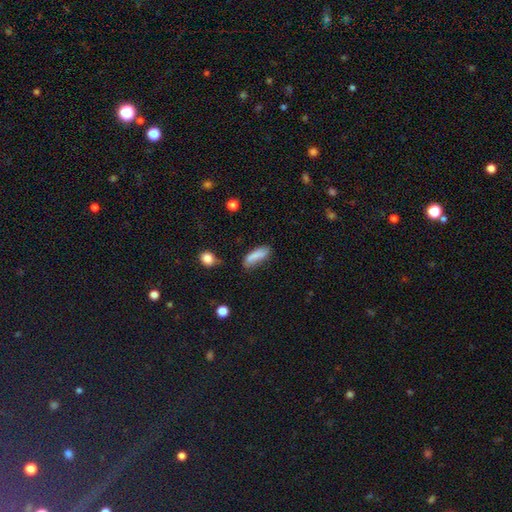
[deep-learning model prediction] Smooth or featured: smooth — 83% (featured or disk — 10%)
How rounded: in between — 53% (cigar-shaped — 45%)
Merging: none — 59% (minor disturbance — 28%)